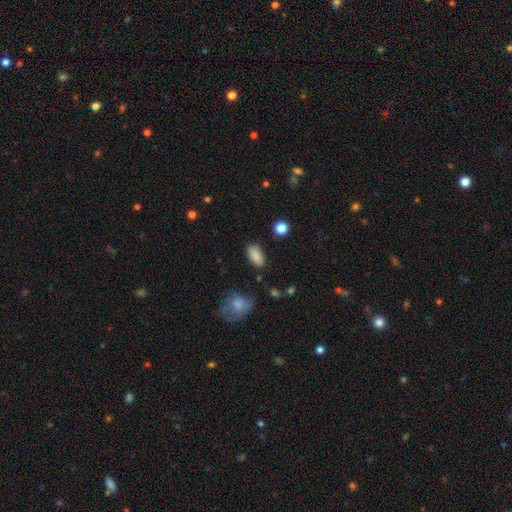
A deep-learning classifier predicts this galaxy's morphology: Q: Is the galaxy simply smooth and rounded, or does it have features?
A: smooth — 86%.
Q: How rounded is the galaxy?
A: in between — 91%.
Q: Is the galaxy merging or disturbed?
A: none — 82%.